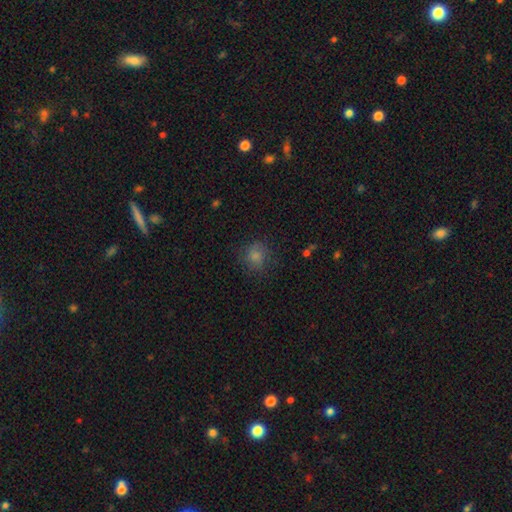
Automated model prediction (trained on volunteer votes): Smooth or featured?
  - smooth: 78% *
  - star or artifact: 12%
  - featured or disk: 11%
How rounded?
  - round: 78% *
  - in between: 21%
  - cigar-shaped: 1%
Merging?
  - none: 71% *
  - minor disturbance: 19%
  - major disturbance: 8%
  - merger: 2%